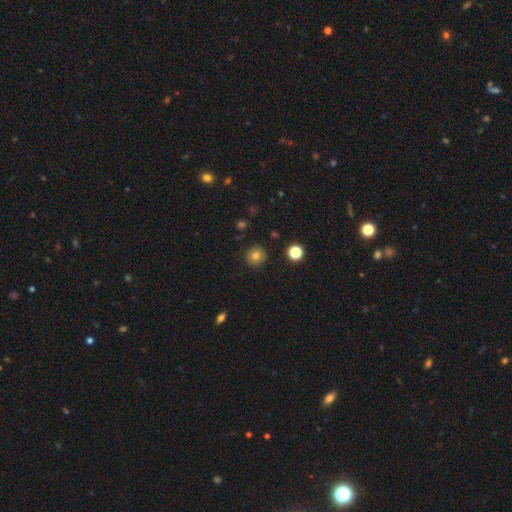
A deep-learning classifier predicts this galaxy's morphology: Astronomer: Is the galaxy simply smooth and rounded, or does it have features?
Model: smooth — 80%.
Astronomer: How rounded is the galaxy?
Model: round — 95%.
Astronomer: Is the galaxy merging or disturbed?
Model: none — 91%.